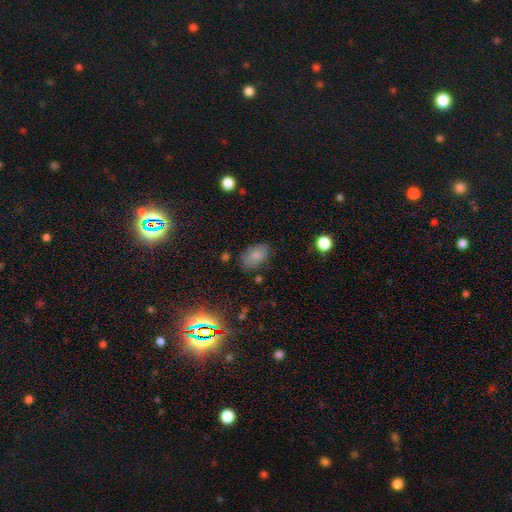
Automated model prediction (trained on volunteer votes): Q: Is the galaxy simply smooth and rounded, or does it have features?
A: smooth — 79%.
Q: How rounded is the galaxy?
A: in between — 90%.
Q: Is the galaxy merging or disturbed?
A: none — 74%.